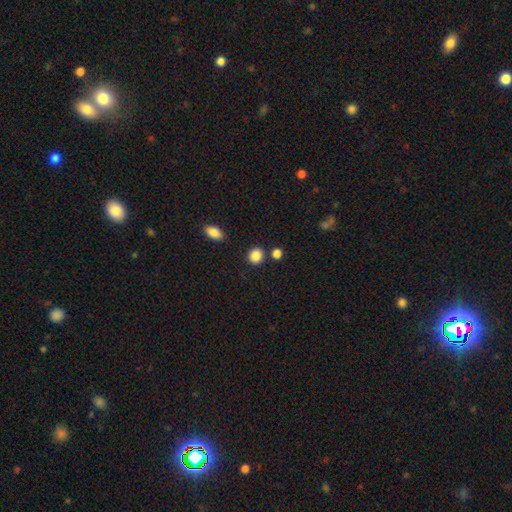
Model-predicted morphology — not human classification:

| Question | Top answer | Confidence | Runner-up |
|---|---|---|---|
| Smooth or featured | smooth | 87% | star or artifact (10%) |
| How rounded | round | 82% | in between (17%) |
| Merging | none | 83% | minor disturbance (8%) |